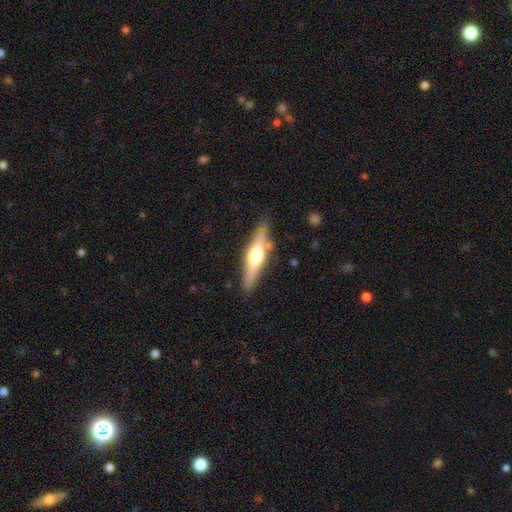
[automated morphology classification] Q: Smooth or featured?
A: featured or disk (53%); runner-up: smooth (41%)
Q: Edge-on disk?
A: yes (90%); runner-up: no (10%)
Q: Merging?
A: none (79%); runner-up: minor disturbance (14%)